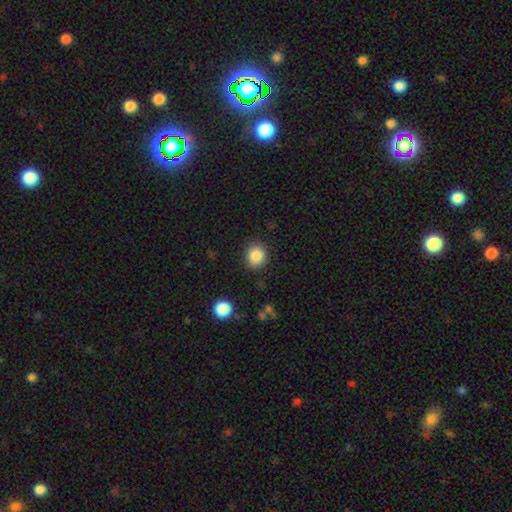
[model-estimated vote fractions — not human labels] Smooth or featured? Predicted: smooth (p=0.86). How rounded? Predicted: round (p=0.82). Merging? Predicted: none (p=0.87).